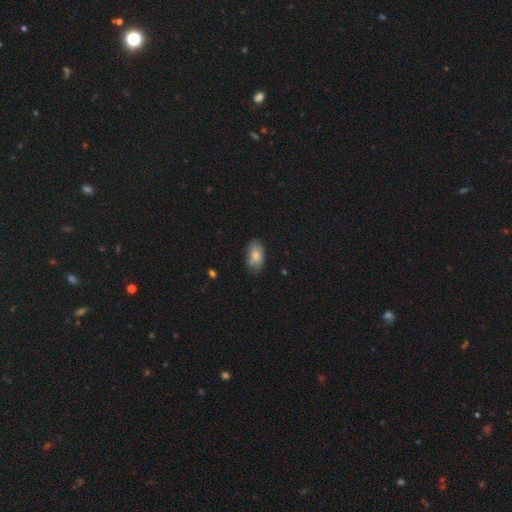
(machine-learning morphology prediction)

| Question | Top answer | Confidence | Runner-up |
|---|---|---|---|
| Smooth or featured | smooth | 77% | featured or disk (16%) |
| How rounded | in between | 93% | round (4%) |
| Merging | none | 71% | minor disturbance (23%) |